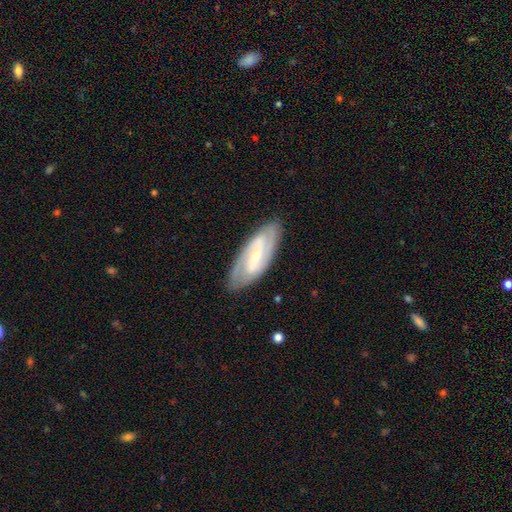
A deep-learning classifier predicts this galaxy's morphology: This is likely a featured or disk galaxy (79%). It is clearly not viewed edge-on (91%). Bar: marginally weak (43%). Spiral arm pattern: clearly yes (92%). Spiral arm count: likely 2 (76%). Spiral winding: marginally medium (42%, tied with tight). Central bulge: likely small (65%). Merging: clearly none (84%).